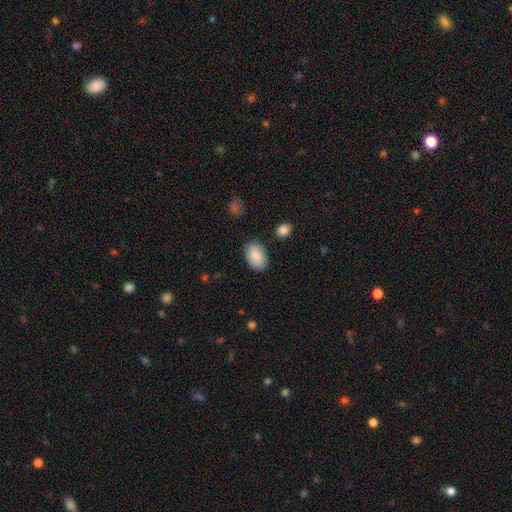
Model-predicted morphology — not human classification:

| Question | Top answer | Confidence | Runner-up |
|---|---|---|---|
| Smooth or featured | smooth | 88% | star or artifact (6%) |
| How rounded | in between | 88% | round (11%) |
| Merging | none | 83% | minor disturbance (12%) |